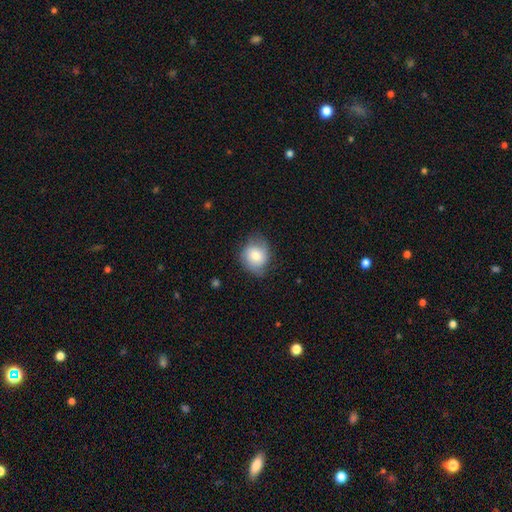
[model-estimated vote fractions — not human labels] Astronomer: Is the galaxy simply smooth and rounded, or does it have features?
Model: smooth — 74%.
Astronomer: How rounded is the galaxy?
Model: round — 69%.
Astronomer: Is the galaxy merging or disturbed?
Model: none — 64%.